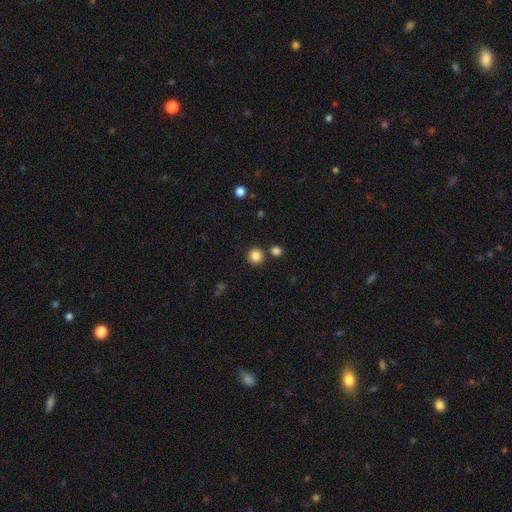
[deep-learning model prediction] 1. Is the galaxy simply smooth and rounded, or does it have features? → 85% smooth, 11% star or artifact, 4% featured or disk.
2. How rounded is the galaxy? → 94% round, 5% in between, 1% cigar-shaped.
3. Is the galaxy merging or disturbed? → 84% none, 8% merger, 6% minor disturbance, 2% major disturbance.